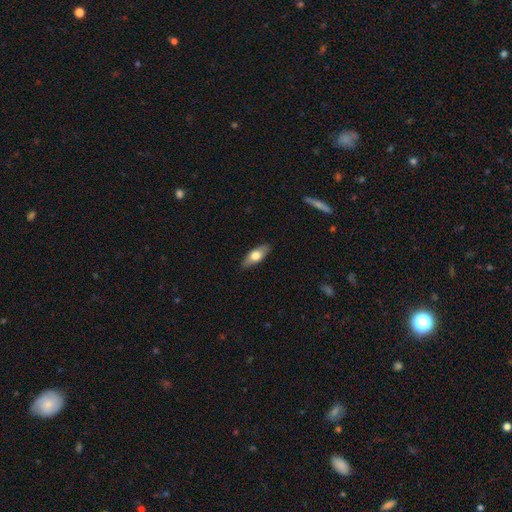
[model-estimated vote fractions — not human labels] This appears to be a smooth galaxy with no disk features (65%) that is in between round and cigar-shaped (77%). Merging: none (86%).